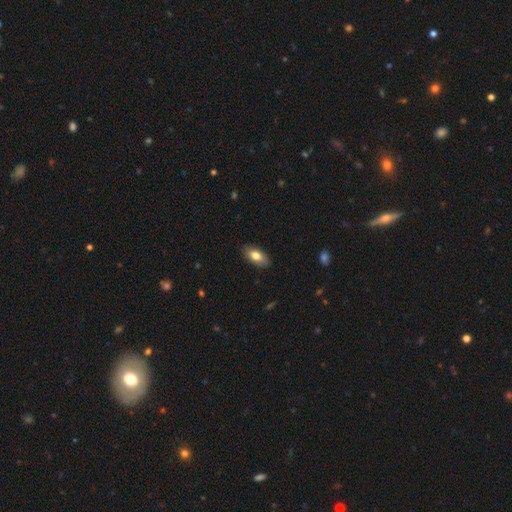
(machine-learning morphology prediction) Q: Smooth or featured?
A: smooth (76%); runner-up: featured or disk (17%)
Q: How rounded?
A: in between (92%); runner-up: cigar-shaped (5%)
Q: Merging?
A: none (87%); runner-up: minor disturbance (10%)